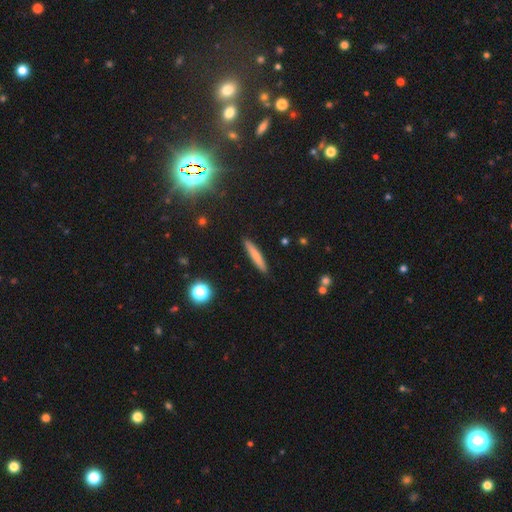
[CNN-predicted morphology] A smooth galaxy with no disk features (74%) that is cigar-shaped (93%).

Vote fractions:
- Smooth or featured? smooth: 74% / featured or disk: 19% / star or artifact: 7%
- How rounded? cigar-shaped: 93% / in between: 5% / round: 2%
- Merging? none: 90% / minor disturbance: 7% / major disturbance: 2% / merger: 1%